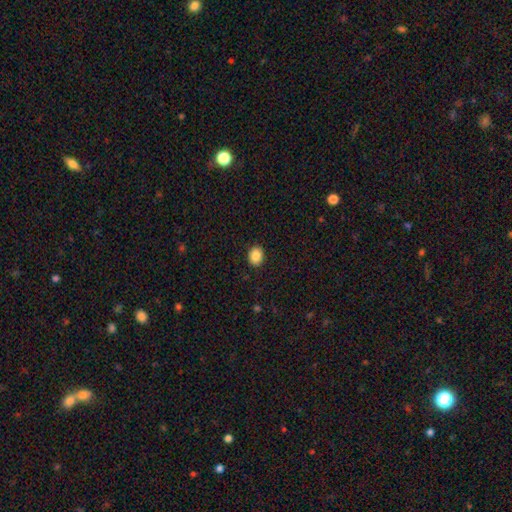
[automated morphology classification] type=smooth (87%); roundness=in between (52%); merging=none (90%).